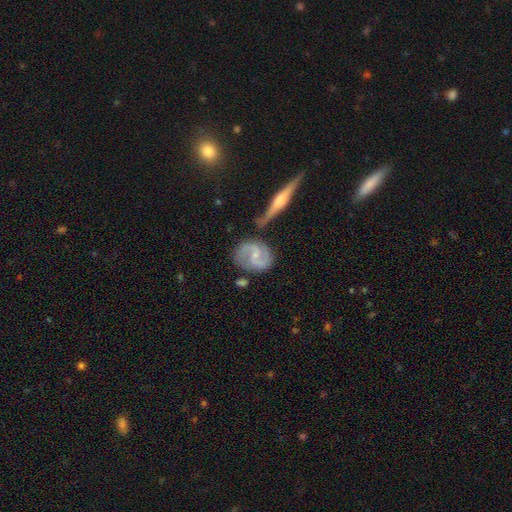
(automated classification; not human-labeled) A featured or disk galaxy (78%) with a weak bar (47%), 2 (89%) medium (51%) spiral arms (93%) and a small central bulge (66%).

Vote fractions:
- Smooth or featured? featured or disk: 78% / smooth: 16% / star or artifact: 6%
- Edge-on disk? no: 96% / yes: 4%
- Bar? weak: 47% / no: 38% / strong: 15%
- Spiral arms? yes: 93% / no: 7%
- Spiral winding? medium: 51% / loose: 26% / tight: 23%
- Spiral arm count? 2: 89% / can't tell: 5% / 1: 2% / 3: 2% / 4: 1% / more than 4: 1%
- Bulge size? small: 66% / moderate: 25% / none: 7% / large: 1% / dominant: 1%
- Merging? none: 65% / minor disturbance: 16% / merger: 12% / major disturbance: 6%